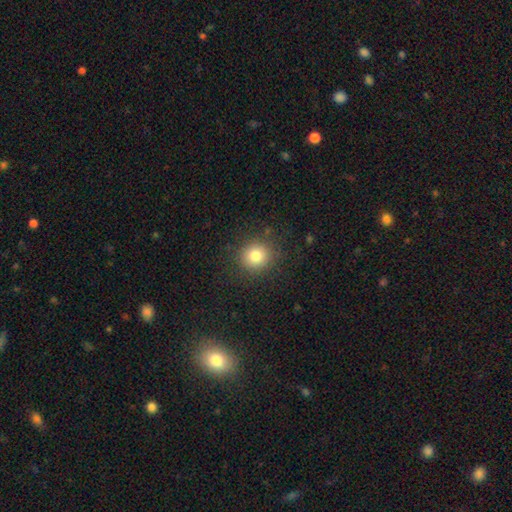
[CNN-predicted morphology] smooth 81%, star or artifact 12%, featured or disk 7%. Down the decision tree: how rounded — round (91%); merging — none (88%).